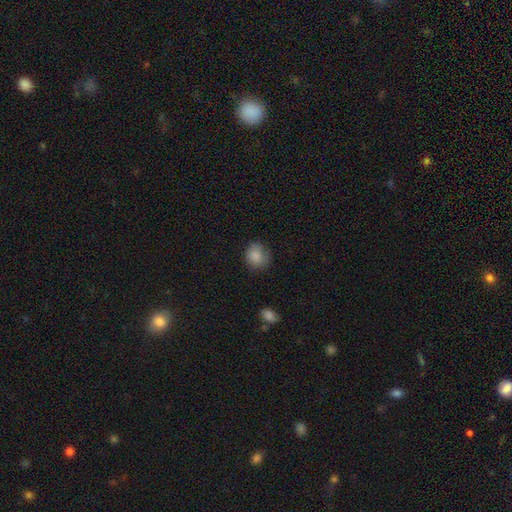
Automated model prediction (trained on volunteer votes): Smooth or featured? Predicted: smooth (p=0.85). How rounded? Predicted: round (p=0.75). Merging? Predicted: none (p=0.73).